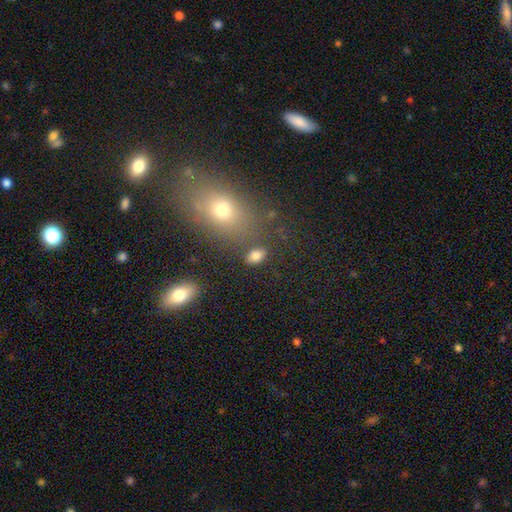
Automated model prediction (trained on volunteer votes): This is clearly a smooth galaxy (81%). How rounded: clearly in between (84%). Merging: likely none (77%).